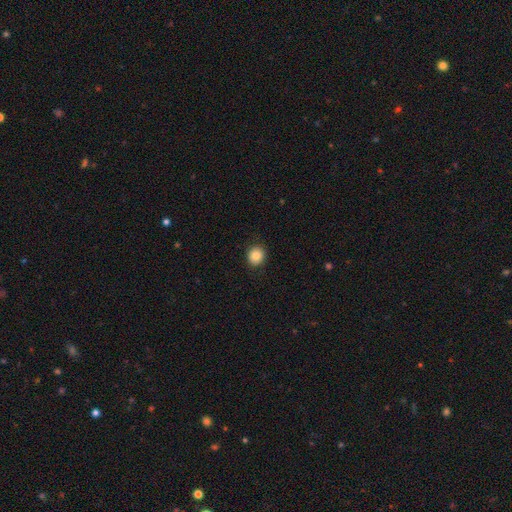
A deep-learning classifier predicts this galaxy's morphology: The model was most divided on "how rounded": round: 82%, in between: 17%, cigar-shaped: 1%. More confident: merging — none (88%); smooth or featured — smooth (84%).